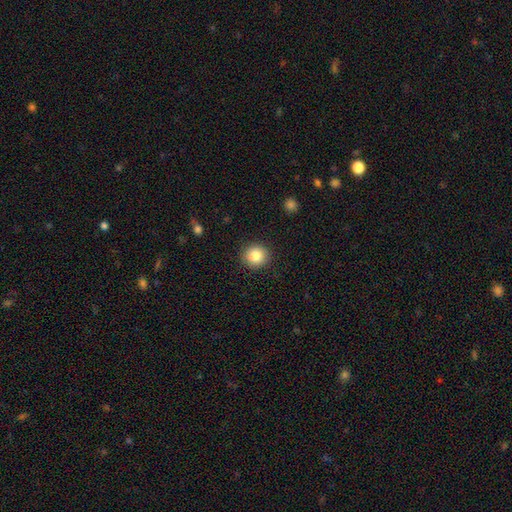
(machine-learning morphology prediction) smooth 85%, star or artifact 9%, featured or disk 6%. Down the decision tree: how rounded — round (90%); merging — none (90%).